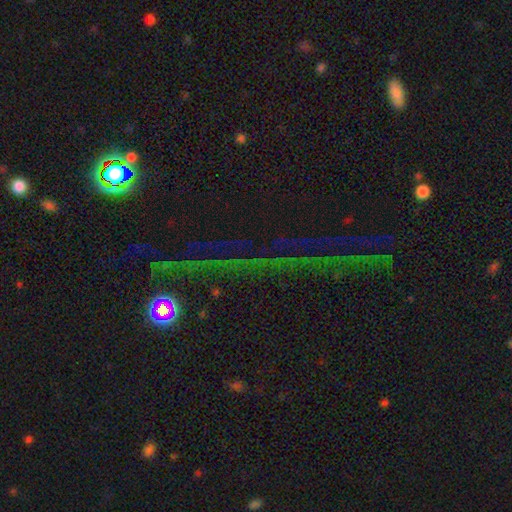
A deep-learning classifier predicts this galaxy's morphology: This is likely a star or artifact rather than a galaxy (80%).